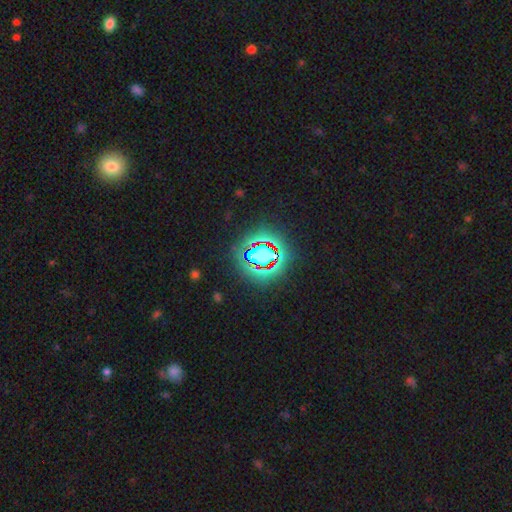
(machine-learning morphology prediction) Smooth or featured? star or artifact (76%)